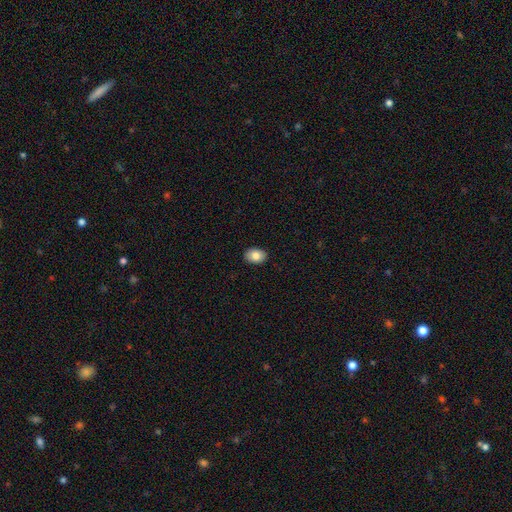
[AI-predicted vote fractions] Morphology: type=smooth (83%); roundness=in between (80%); merging=none (90%).